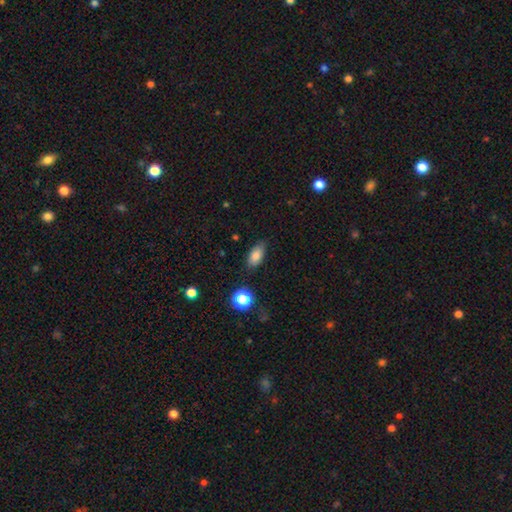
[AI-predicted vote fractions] The model was most divided on "merging": none: 80%, minor disturbance: 15%, major disturbance: 3%, merger: 2%. More confident: how rounded — in between (86%); smooth or featured — smooth (81%).